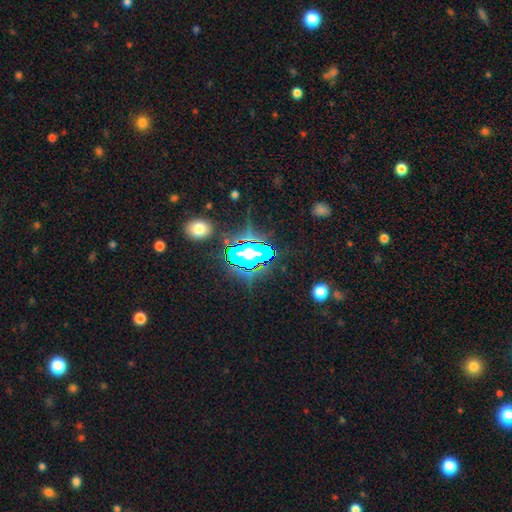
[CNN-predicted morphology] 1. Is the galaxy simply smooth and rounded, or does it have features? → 55% star or artifact, 24% smooth, 21% featured or disk.